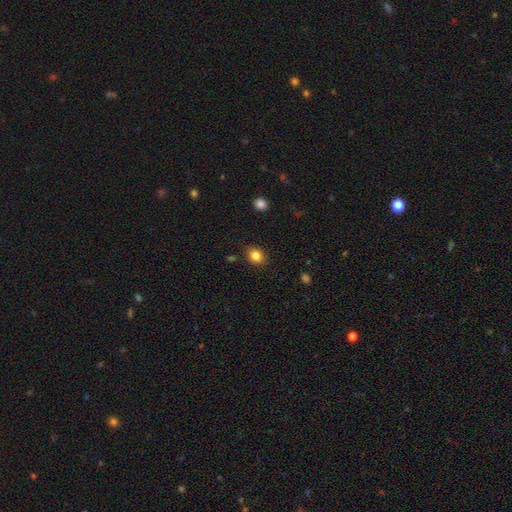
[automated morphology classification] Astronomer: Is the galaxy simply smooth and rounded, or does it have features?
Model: smooth — 84%.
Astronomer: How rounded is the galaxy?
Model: round — 64%.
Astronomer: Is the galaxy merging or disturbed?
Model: none — 86%.